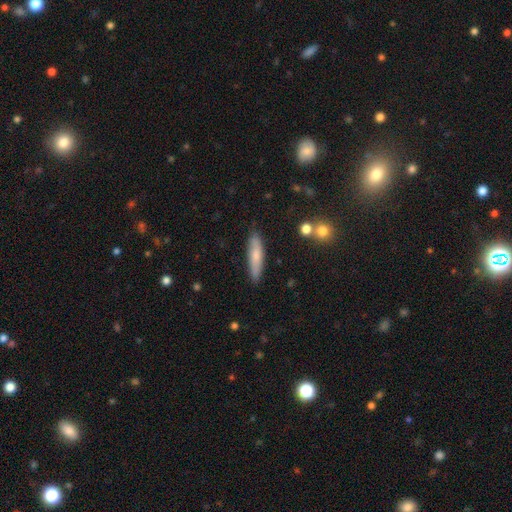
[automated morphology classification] smooth-or-featured: smooth: 71% | featured or disk: 23% | star or artifact: 6%
  how-rounded: cigar-shaped: 79% | in between: 19% | round: 2%
  merging: none: 84% | minor disturbance: 12% | major disturbance: 2% | merger: 2%